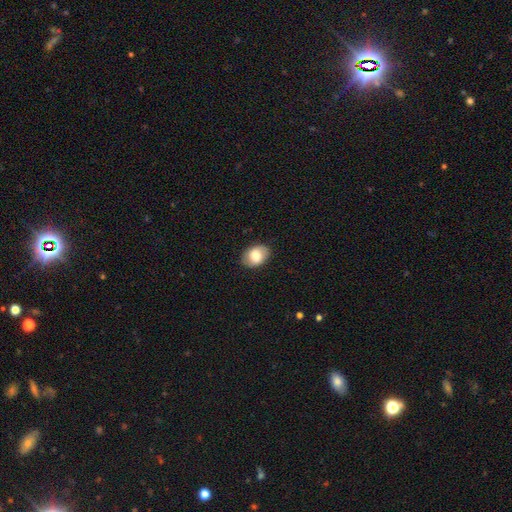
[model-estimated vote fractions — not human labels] smooth 75%, featured or disk 18%, star or artifact 7%. Down the decision tree: how rounded — in between (79%); merging — none (85%).